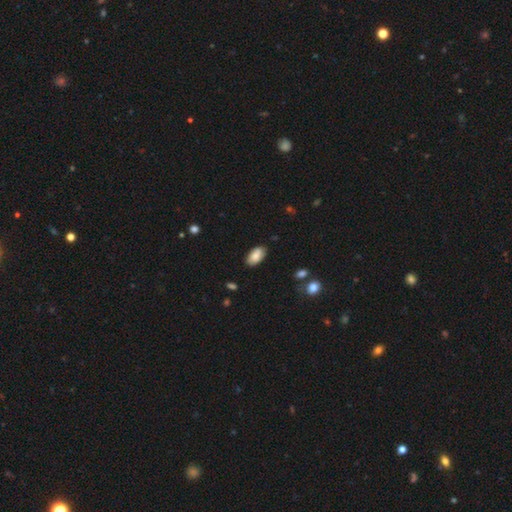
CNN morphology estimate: A smooth galaxy with no disk features (82%) that is in between round and cigar-shaped (94%).

Vote fractions:
- Smooth or featured? smooth: 82% / featured or disk: 11% / star or artifact: 7%
- How rounded? in between: 94% / round: 3% / cigar-shaped: 2%
- Merging? none: 83% / minor disturbance: 13% / major disturbance: 2% / merger: 1%